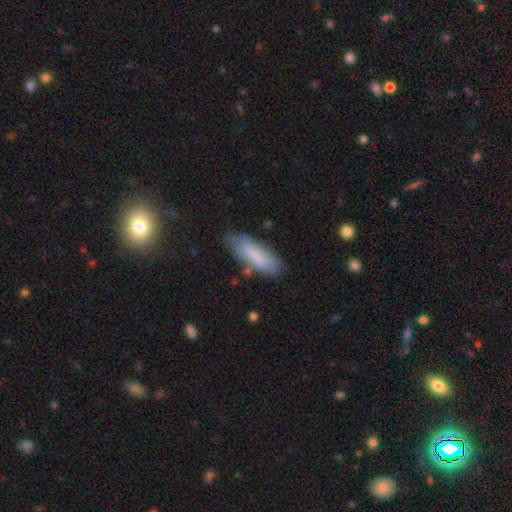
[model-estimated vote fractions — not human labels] smooth_or_featured: smooth (p=0.71) [alt: featured or disk p=0.22]
how_rounded: in between (p=0.55) [alt: cigar-shaped p=0.44]
merging: none (p=0.71) [alt: minor disturbance p=0.21]